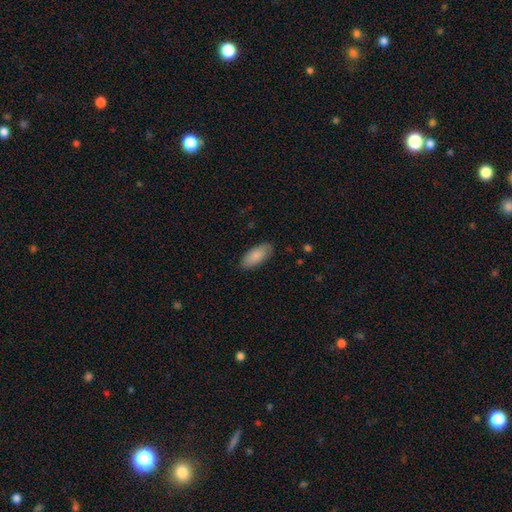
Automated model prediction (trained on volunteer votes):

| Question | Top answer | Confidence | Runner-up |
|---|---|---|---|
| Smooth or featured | smooth | 86% | featured or disk (8%) |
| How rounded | in between | 87% | cigar-shaped (11%) |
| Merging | none | 85% | minor disturbance (12%) |